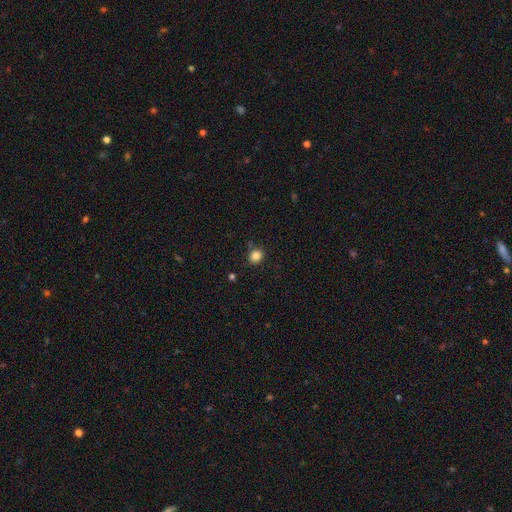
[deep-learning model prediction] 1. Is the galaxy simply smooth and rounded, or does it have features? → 84% smooth, 12% star or artifact, 4% featured or disk.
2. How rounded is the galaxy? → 73% round, 26% in between, 1% cigar-shaped.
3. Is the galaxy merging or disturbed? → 83% none, 11% minor disturbance, 4% merger, 3% major disturbance.